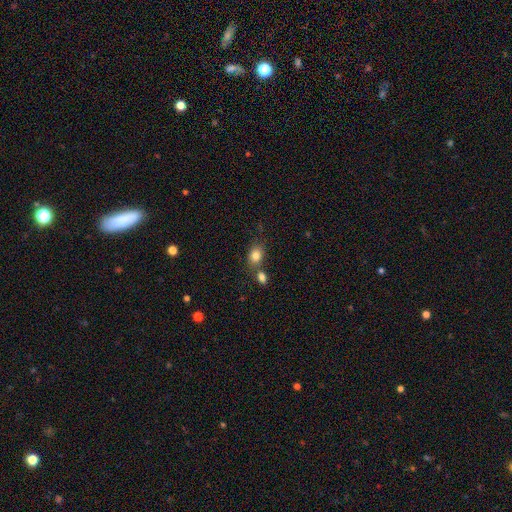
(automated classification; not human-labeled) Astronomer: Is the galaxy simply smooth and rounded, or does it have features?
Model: smooth — 82%.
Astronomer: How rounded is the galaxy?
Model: in between — 61% (runner-up: round, 37%).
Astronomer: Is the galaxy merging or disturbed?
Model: none — 55%.